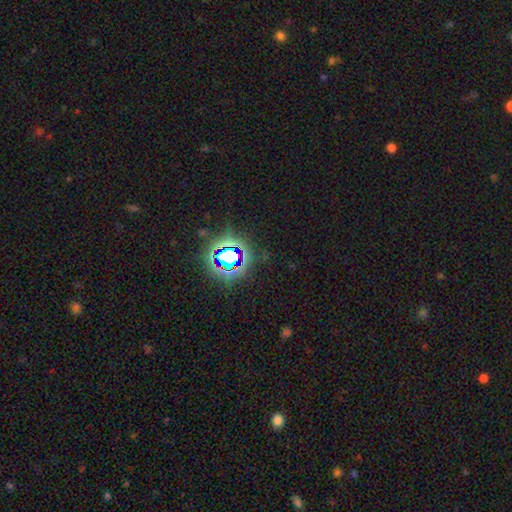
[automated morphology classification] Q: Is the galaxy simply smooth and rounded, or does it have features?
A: star or artifact — 77%.